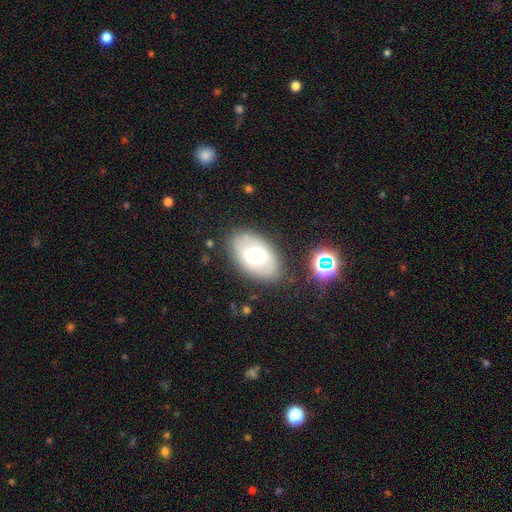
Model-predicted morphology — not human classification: A smooth galaxy with no disk features (52%) that is in between round and cigar-shaped (90%). Merging: none (80%).